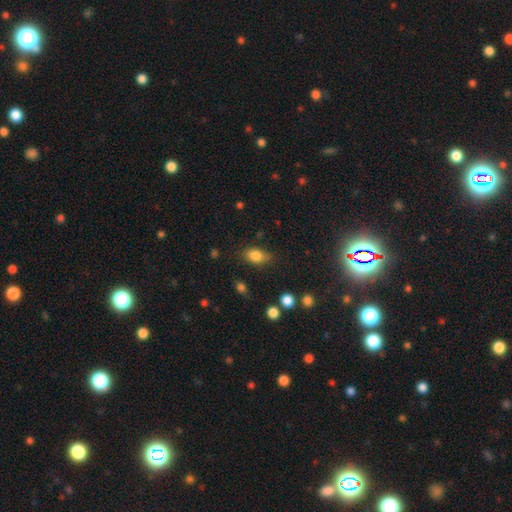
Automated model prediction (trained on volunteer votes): Overall: smooth (82%). How rounded: in between (82%). Merging: none (71%).